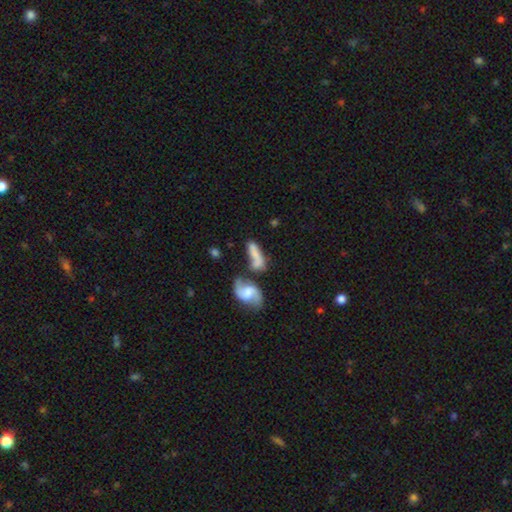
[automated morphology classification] type=smooth (53%); roundness=in between (56%); merging=merger (44%).